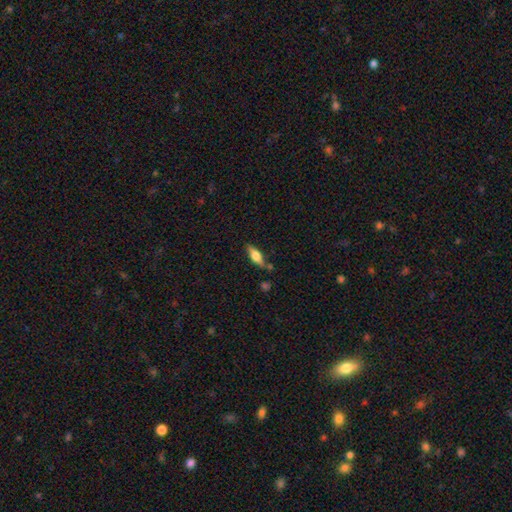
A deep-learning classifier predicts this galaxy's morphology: smooth_or_featured: smooth (p=0.60) [alt: featured or disk p=0.34]
how_rounded: in between (p=0.58) [alt: cigar-shaped p=0.39]
merging: none (p=0.72) [alt: minor disturbance p=0.17]